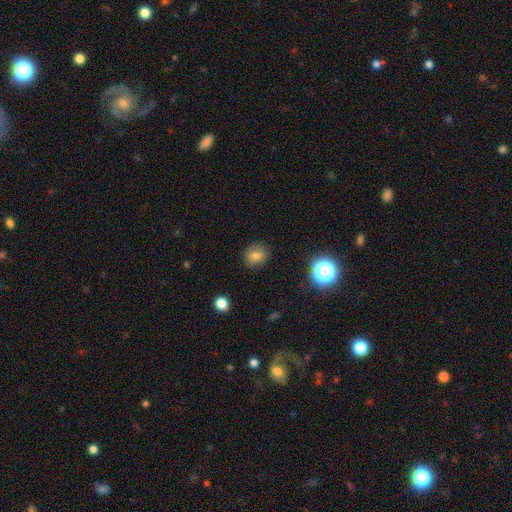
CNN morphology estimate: This appears to be a smooth galaxy with no disk features (76%) that is round (72%). Merging: none (86%).